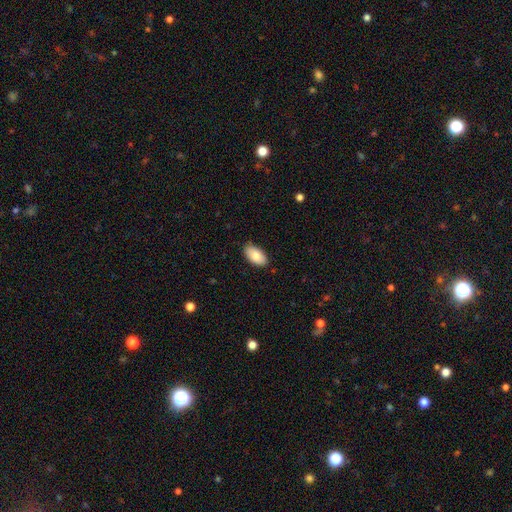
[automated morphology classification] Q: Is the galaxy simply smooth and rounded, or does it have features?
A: smooth — 81%.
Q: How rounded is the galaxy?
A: in between — 95%.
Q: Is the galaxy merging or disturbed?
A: none — 86%.